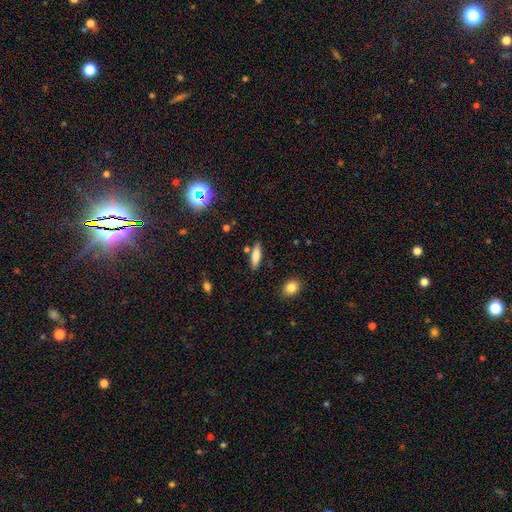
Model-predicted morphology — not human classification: A smooth galaxy with no disk features (79%) that is cigar-shaped (53%). Merging: none (81%).